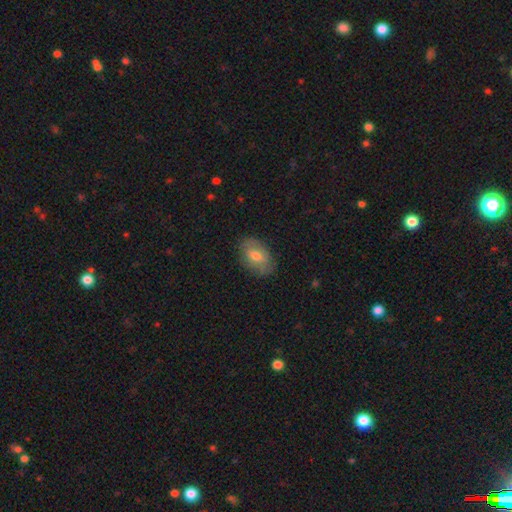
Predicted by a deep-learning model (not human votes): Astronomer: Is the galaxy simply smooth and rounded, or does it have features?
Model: smooth — 60%.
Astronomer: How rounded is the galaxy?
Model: in between — 87%.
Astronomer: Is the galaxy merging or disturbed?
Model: none — 78%.